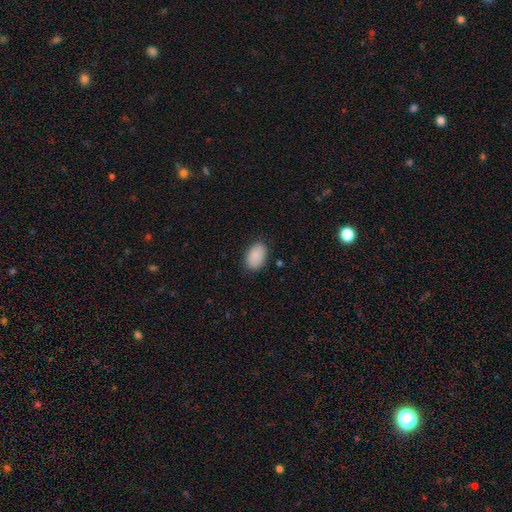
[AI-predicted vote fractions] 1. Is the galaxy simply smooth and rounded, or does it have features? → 89% smooth, 6% star or artifact, 4% featured or disk.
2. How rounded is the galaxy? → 91% in between, 8% round, 1% cigar-shaped.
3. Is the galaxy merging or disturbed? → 85% none, 11% minor disturbance, 2% major disturbance, 1% merger.